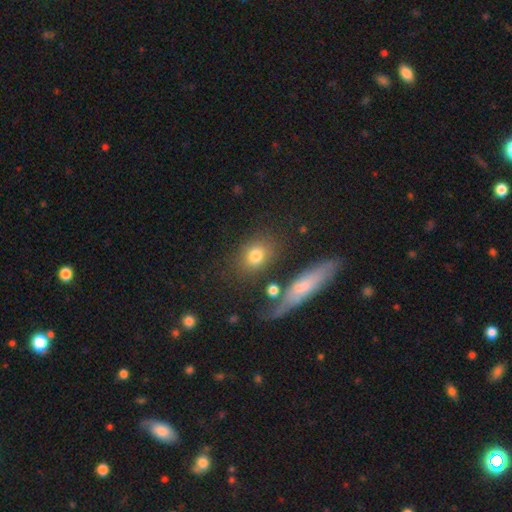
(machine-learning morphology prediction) This appears to be a smooth galaxy with no disk features (77%) that is round (48%, tied with in between). Merging: none (74%).